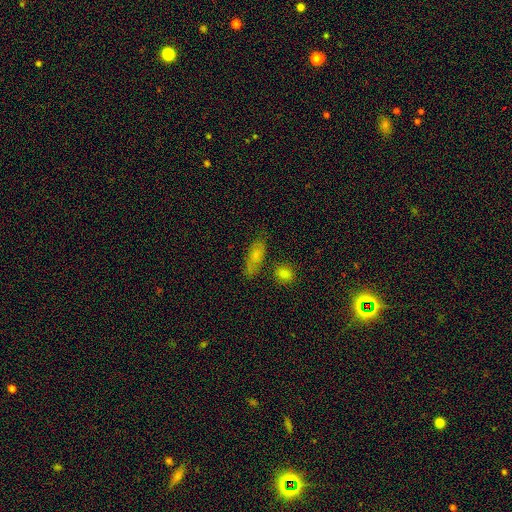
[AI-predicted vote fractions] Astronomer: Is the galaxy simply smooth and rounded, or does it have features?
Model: smooth — 73%.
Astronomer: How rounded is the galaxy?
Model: in between — 69%.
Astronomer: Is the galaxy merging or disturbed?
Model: none — 71%.